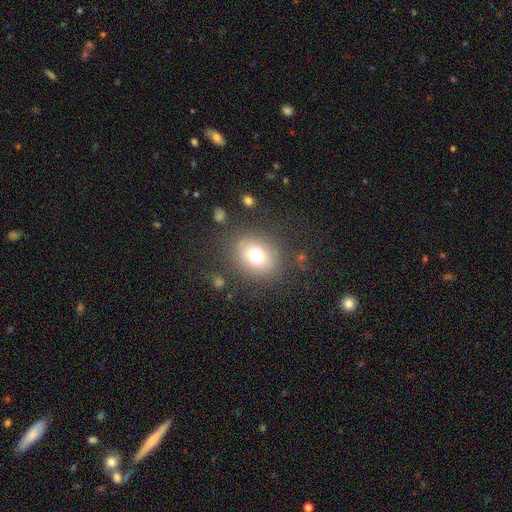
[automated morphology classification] Smooth or featured?
  - smooth: 71% *
  - star or artifact: 15%
  - featured or disk: 14%
How rounded?
  - round: 61% *
  - in between: 38%
  - cigar-shaped: 1%
Merging?
  - none: 81% *
  - minor disturbance: 11%
  - major disturbance: 6%
  - merger: 2%